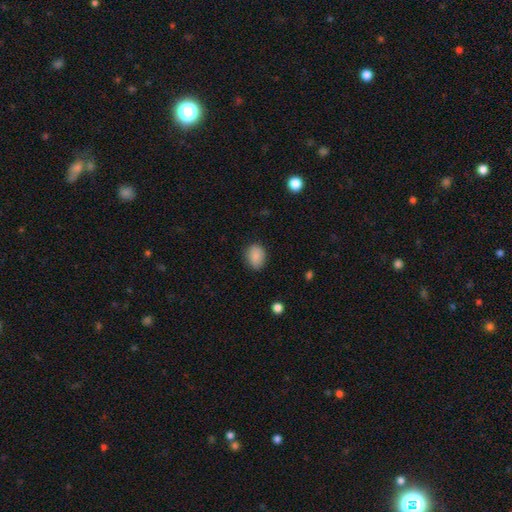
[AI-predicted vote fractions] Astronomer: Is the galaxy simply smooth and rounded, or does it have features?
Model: smooth — 87%.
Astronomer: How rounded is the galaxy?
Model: in between — 61% (runner-up: round, 38%).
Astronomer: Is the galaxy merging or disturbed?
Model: none — 79%.